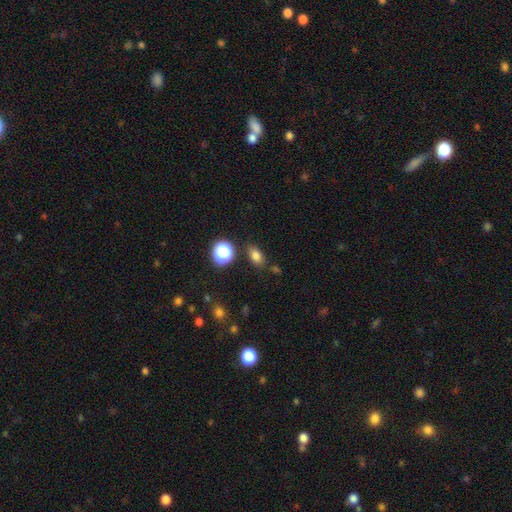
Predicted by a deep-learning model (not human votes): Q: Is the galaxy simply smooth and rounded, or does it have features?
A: smooth — 79%.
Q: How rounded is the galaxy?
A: in between — 77%.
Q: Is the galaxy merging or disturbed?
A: none — 80%.